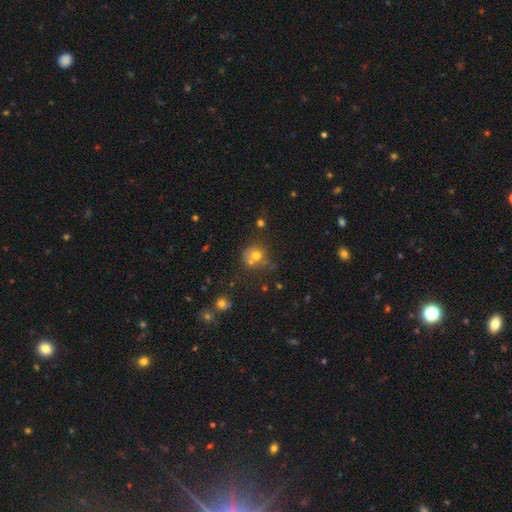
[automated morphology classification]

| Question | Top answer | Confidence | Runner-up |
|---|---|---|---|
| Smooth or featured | smooth | 69% | featured or disk (17%) |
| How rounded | round | 81% | in between (18%) |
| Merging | none | 49% | merger (25%) |